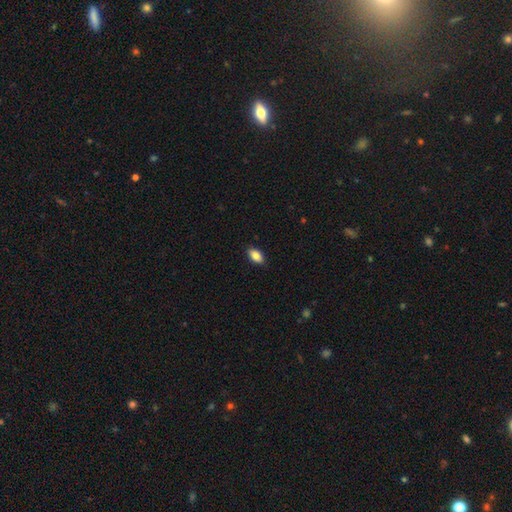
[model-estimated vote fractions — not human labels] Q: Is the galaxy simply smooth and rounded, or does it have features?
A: smooth — 86%.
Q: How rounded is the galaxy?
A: in between — 91%.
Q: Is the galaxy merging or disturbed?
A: none — 88%.